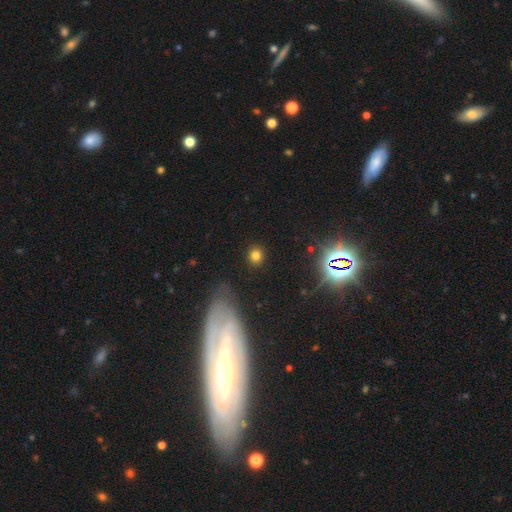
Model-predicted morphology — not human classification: Smooth or featured: smooth — 79% (star or artifact — 14%)
How rounded: round — 84% (in between — 15%)
Merging: none — 89% (minor disturbance — 7%)